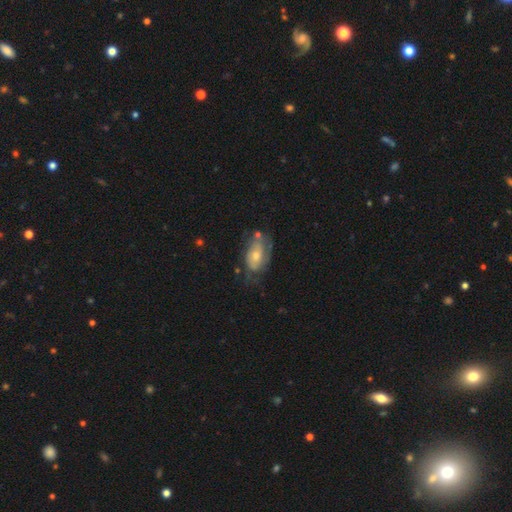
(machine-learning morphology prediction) Q: Smooth or featured?
A: featured or disk (57%); runner-up: smooth (34%)
Q: Edge-on disk?
A: no (93%); runner-up: yes (7%)
Q: Bar?
A: no (72%); runner-up: weak (23%)
Q: Spiral arms?
A: yes (68%); runner-up: no (32%)
Q: Bulge size?
A: moderate (52%); runner-up: small (40%)
Q: Merging?
A: none (50%); runner-up: minor disturbance (27%)